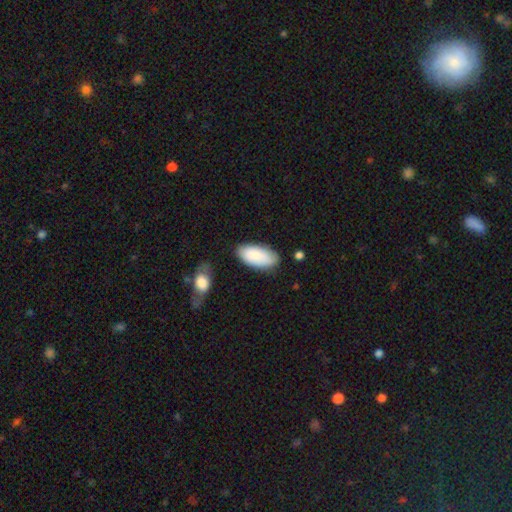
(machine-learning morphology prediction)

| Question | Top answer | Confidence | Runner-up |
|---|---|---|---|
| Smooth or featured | smooth | 84% | featured or disk (10%) |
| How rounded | in between | 93% | cigar-shaped (5%) |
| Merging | none | 76% | minor disturbance (17%) |